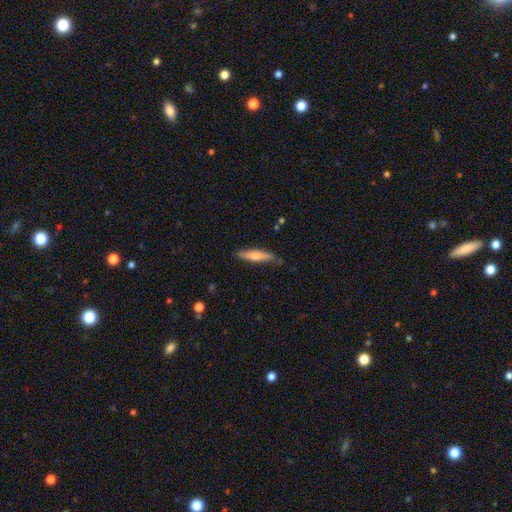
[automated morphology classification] A smooth galaxy with no disk features (64%) that is cigar-shaped (83%).

Vote fractions:
- Smooth or featured? smooth: 64% / featured or disk: 30% / star or artifact: 6%
- How rounded? cigar-shaped: 83% / in between: 16% / round: 2%
- Merging? none: 77% / minor disturbance: 18% / major disturbance: 3% / merger: 2%